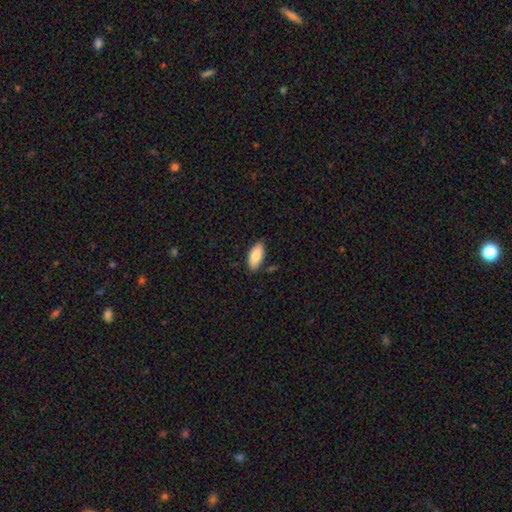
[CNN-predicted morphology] smooth 85%, featured or disk 8%, star or artifact 6%. Down the decision tree: how rounded — in between (92%); merging — none (82%).